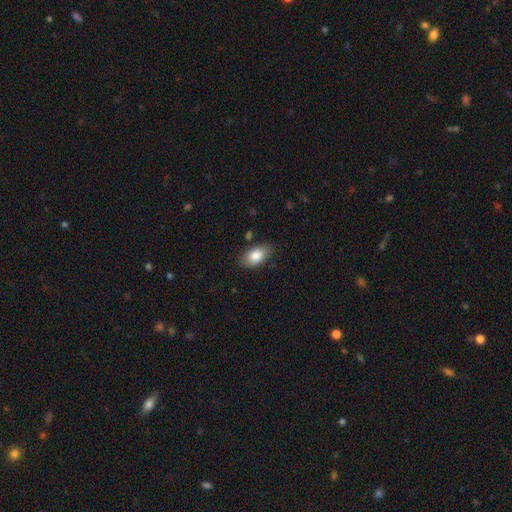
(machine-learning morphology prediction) Q: Smooth or featured?
A: smooth (84%); runner-up: featured or disk (9%)
Q: How rounded?
A: in between (92%); runner-up: round (5%)
Q: Merging?
A: none (81%); runner-up: minor disturbance (14%)